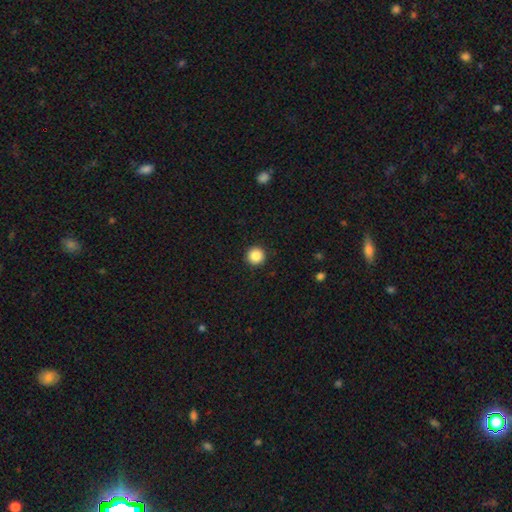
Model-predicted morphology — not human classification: This is clearly a smooth galaxy (86%). How rounded: clearly round (96%). Merging: clearly none (93%).